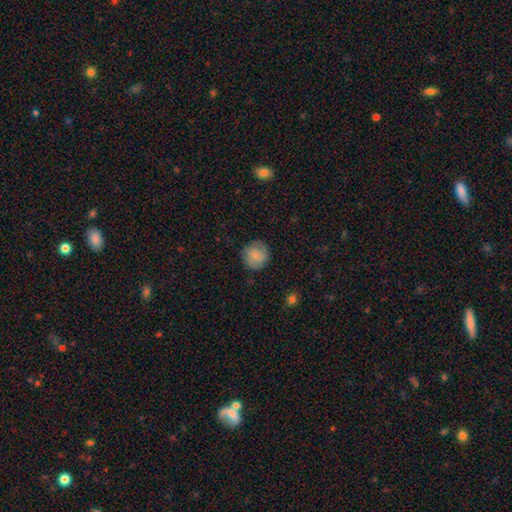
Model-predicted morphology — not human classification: The model was most divided on "merging": none: 84%, minor disturbance: 12%, major disturbance: 3%, merger: 1%. More confident: how rounded — round (90%); smooth or featured — smooth (82%).